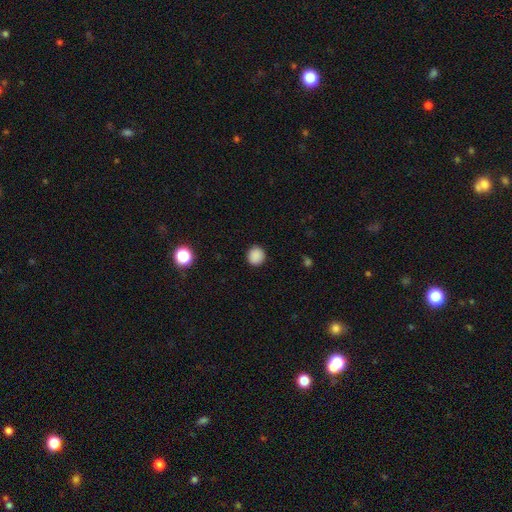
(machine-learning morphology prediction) This is clearly a smooth galaxy (88%). How rounded: clearly round (91%). Merging: clearly none (91%).